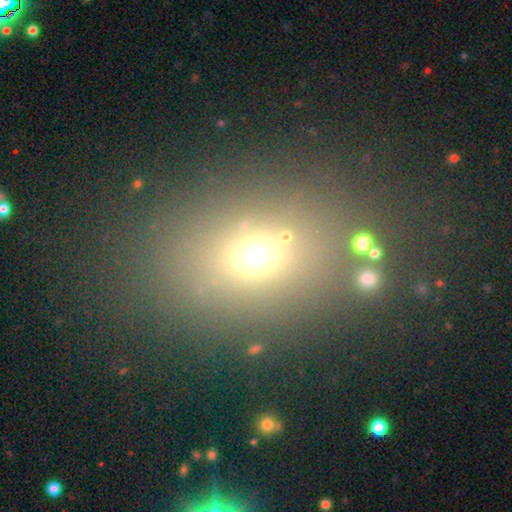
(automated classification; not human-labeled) smooth 66%, star or artifact 22%, featured or disk 12%. Down the decision tree: how rounded — in between (57%); merging — none (73%).